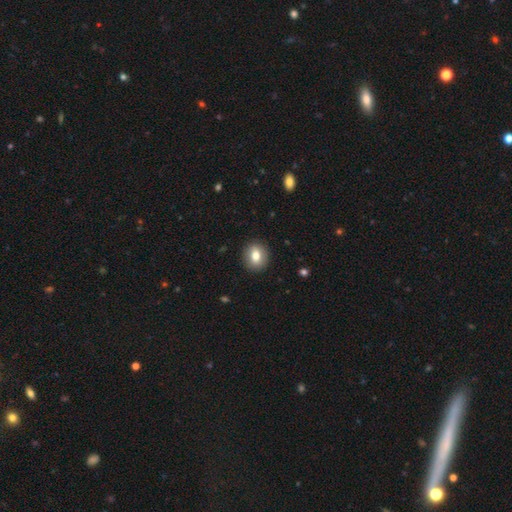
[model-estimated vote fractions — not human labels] Smooth or featured: smooth — 77% (featured or disk — 14%)
How rounded: round — 64% (in between — 35%)
Merging: none — 90% (minor disturbance — 7%)